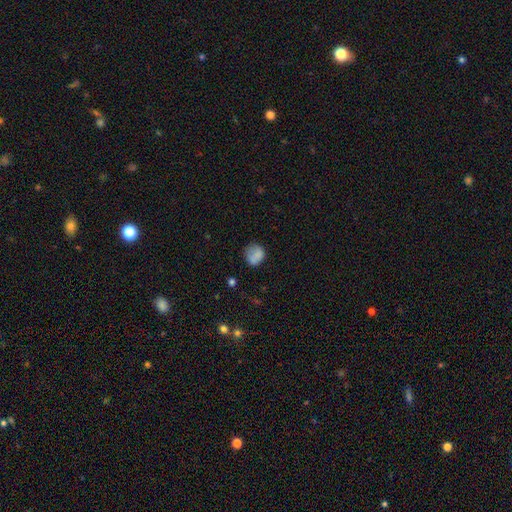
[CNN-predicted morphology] A smooth galaxy with no disk features (77%) that is round (76%).

Vote fractions:
- Smooth or featured? smooth: 77% / featured or disk: 13% / star or artifact: 10%
- How rounded? round: 76% / in between: 23% / cigar-shaped: 1%
- Merging? none: 58% / minor disturbance: 25% / major disturbance: 11% / merger: 6%